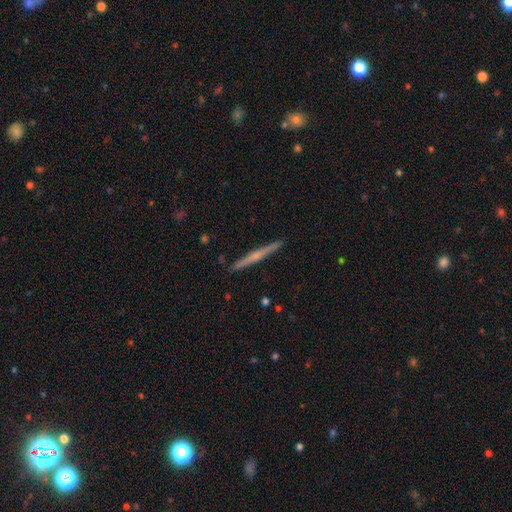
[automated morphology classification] type=featured or disk (62%); edge-on=yes (98%); edge-on bulge=none (48%); merging=none (92%).